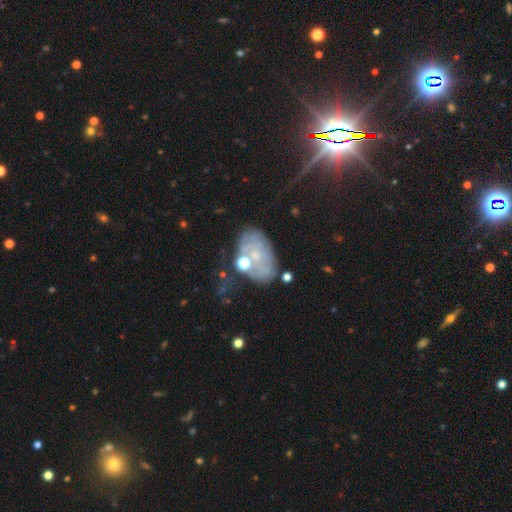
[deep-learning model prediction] Q: Smooth or featured?
A: featured or disk (52%); runner-up: smooth (31%)
Q: Edge-on disk?
A: no (93%); runner-up: yes (7%)
Q: Merging?
A: none (53%); runner-up: minor disturbance (22%)